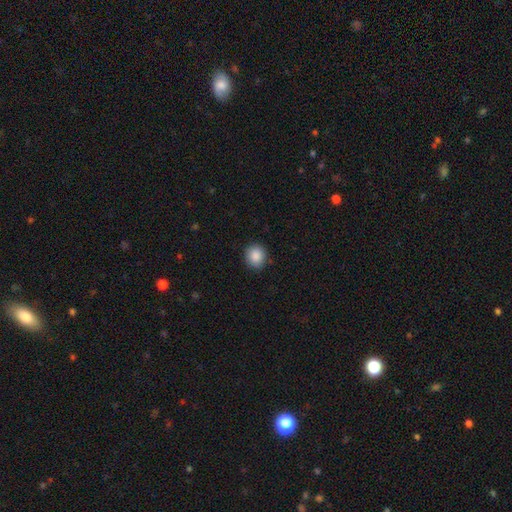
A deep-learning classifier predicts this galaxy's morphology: A smooth galaxy with no disk features (88%) that is round (82%).

Vote fractions:
- Smooth or featured? smooth: 88% / star or artifact: 8% / featured or disk: 4%
- How rounded? round: 82% / in between: 17% / cigar-shaped: 1%
- Merging? none: 87% / minor disturbance: 10% / major disturbance: 2% / merger: 1%